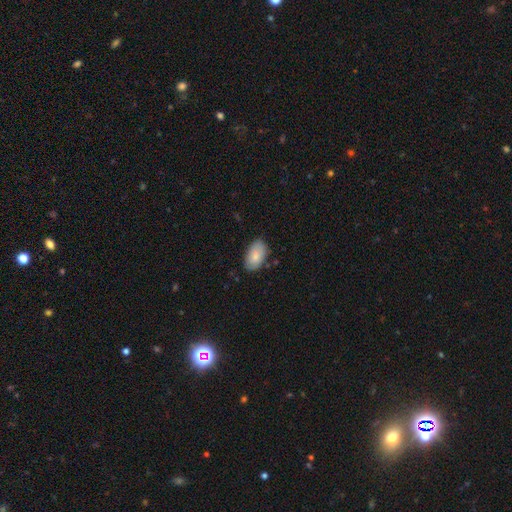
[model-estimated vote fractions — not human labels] smooth-or-featured: smooth: 83% | featured or disk: 11% | star or artifact: 6%
  how-rounded: in between: 94% | round: 4% | cigar-shaped: 1%
  merging: none: 81% | minor disturbance: 15% | major disturbance: 3% | merger: 1%